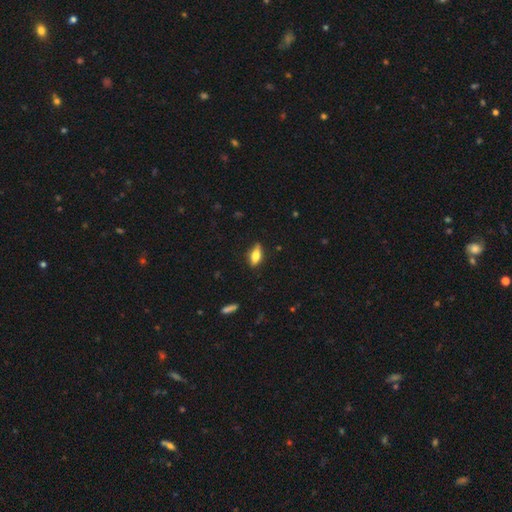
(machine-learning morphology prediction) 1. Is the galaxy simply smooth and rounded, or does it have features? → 59% smooth, 33% featured or disk, 8% star or artifact.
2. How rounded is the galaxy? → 69% in between, 28% cigar-shaped, 4% round.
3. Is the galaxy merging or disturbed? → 84% none, 12% minor disturbance, 3% major disturbance, 1% merger.